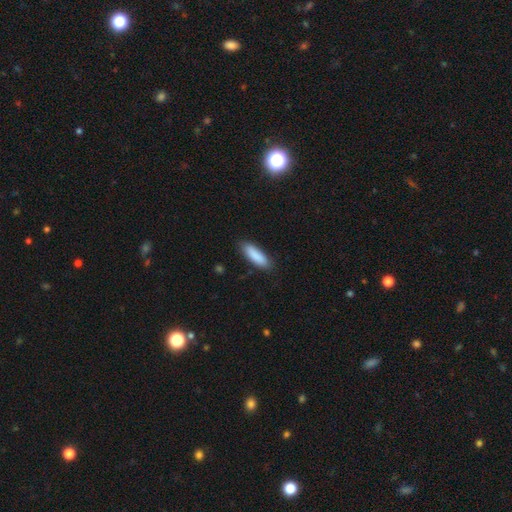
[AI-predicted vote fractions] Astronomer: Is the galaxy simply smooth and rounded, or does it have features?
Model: smooth — 89%.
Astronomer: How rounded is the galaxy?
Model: cigar-shaped — 52% (runner-up: in between, 47%).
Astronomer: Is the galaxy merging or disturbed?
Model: none — 86%.